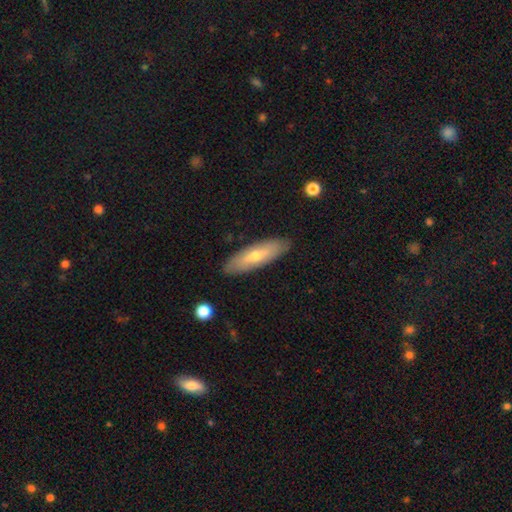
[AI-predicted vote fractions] A smooth galaxy with no disk features (56%) that is cigar-shaped (51%). Merging: none (87%).